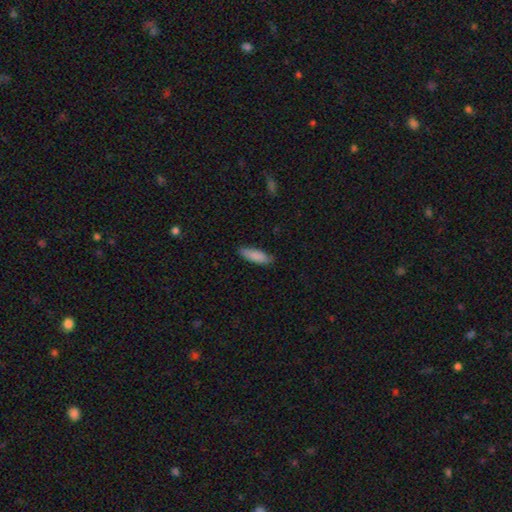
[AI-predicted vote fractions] The model was most divided on "how rounded": in between: 57%, cigar-shaped: 42%, round: 1%. More confident: smooth or featured — smooth (87%); merging — none (81%).